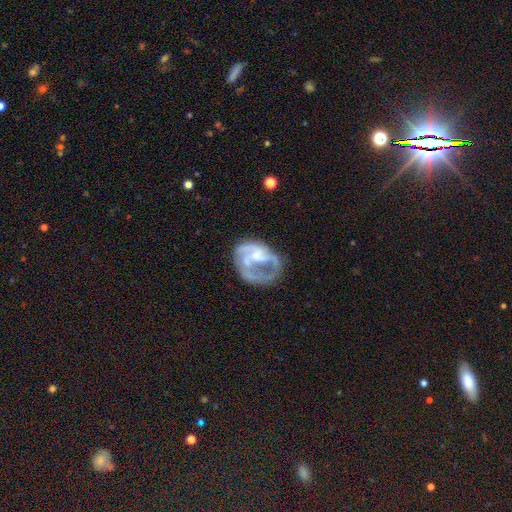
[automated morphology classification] Smooth or featured?
  - featured or disk: 71% *
  - smooth: 21%
  - star or artifact: 8%
Edge-on disk?
  - no: 98% *
  - yes: 2%
Bar?
  - no: 59% *
  - weak: 31%
  - strong: 10%
Spiral arms?
  - yes: 63% *
  - no: 37%
Bulge size?
  - none: 34% *
  - moderate: 31%
  - small: 26%
  - large: 8%
  - dominant: 2%
Merging?
  - major disturbance: 40% *
  - none: 35%
  - minor disturbance: 20%
  - merger: 5%